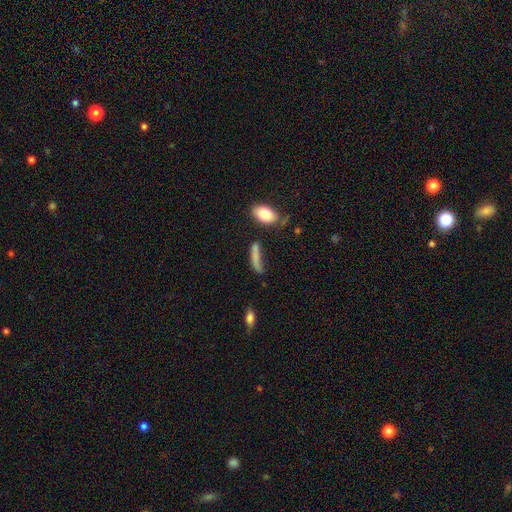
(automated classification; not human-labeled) Smooth or featured? smooth (71%)
How rounded? cigar-shaped (66%)
Merging? none (42%)